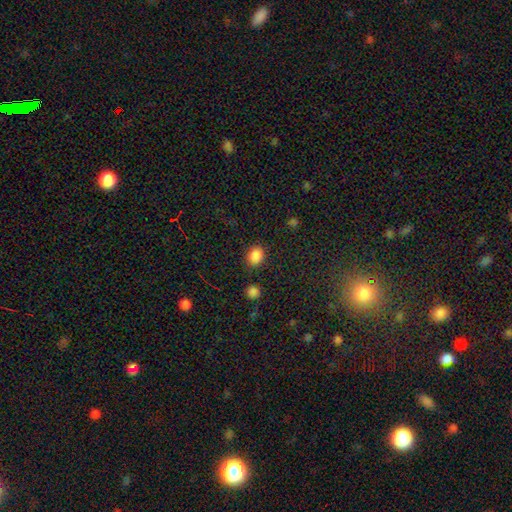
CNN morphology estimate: Smooth or featured: smooth — 85% (star or artifact — 11%)
How rounded: in between — 54% (round — 45%)
Merging: none — 81% (minor disturbance — 12%)